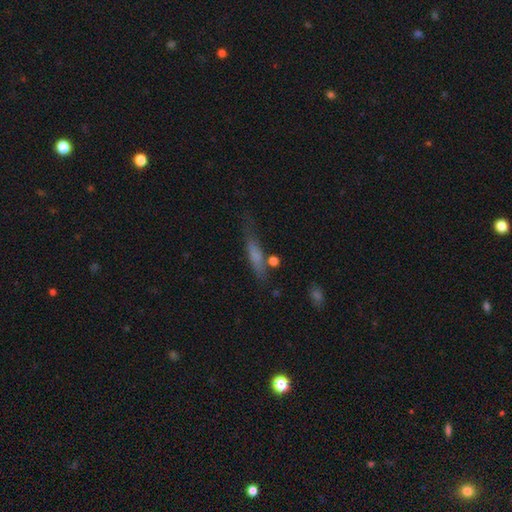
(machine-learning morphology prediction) Smooth or featured: smooth — 61% (featured or disk — 29%)
How rounded: cigar-shaped — 78% (in between — 19%)
Merging: none — 61% (minor disturbance — 22%)